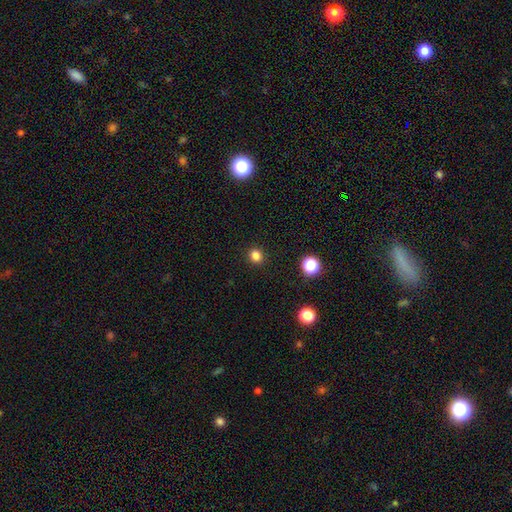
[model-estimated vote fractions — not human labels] Q: Smooth or featured?
A: smooth (82%); runner-up: star or artifact (14%)
Q: How rounded?
A: round (86%); runner-up: in between (13%)
Q: Merging?
A: none (91%); runner-up: minor disturbance (5%)